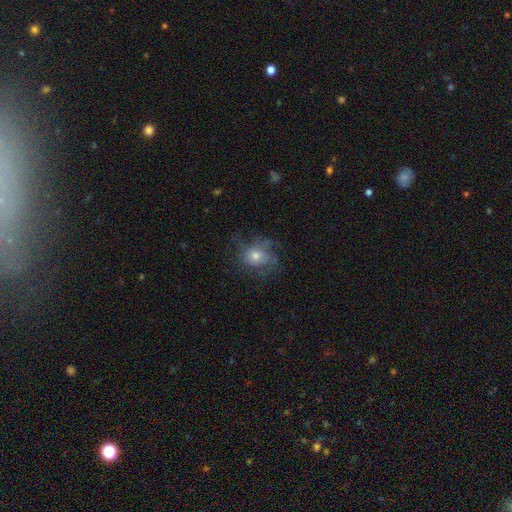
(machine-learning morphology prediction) smooth_or_featured: featured or disk (p=0.48) [alt: smooth p=0.39]
merging: none (p=0.59) [alt: minor disturbance p=0.20]